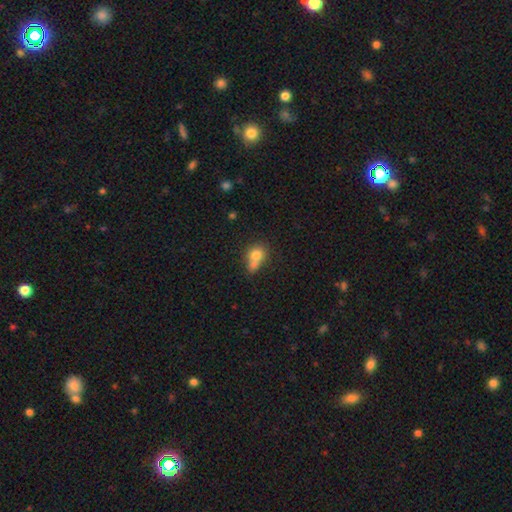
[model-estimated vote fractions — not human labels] smooth_or_featured: smooth (p=0.74) [alt: featured or disk p=0.15]
how_rounded: round (p=0.56) [alt: in between p=0.41]
merging: merger (p=0.46) [alt: none p=0.32]